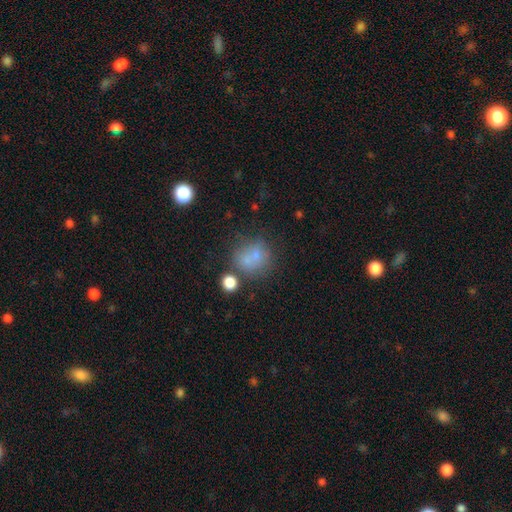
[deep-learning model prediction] The model was most divided on "merging": none: 59%, merger: 20%, minor disturbance: 15%, major disturbance: 7%. More confident: how rounded — round (80%); smooth or featured — smooth (62%).